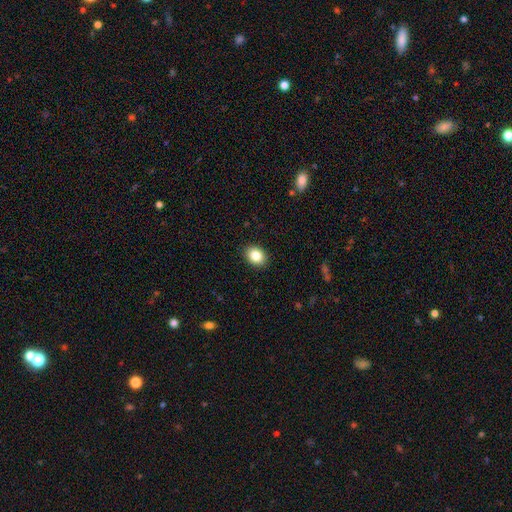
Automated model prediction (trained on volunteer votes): Smooth or featured: smooth — 85% (star or artifact — 9%)
How rounded: in between — 60% (round — 40%)
Merging: none — 90% (minor disturbance — 7%)